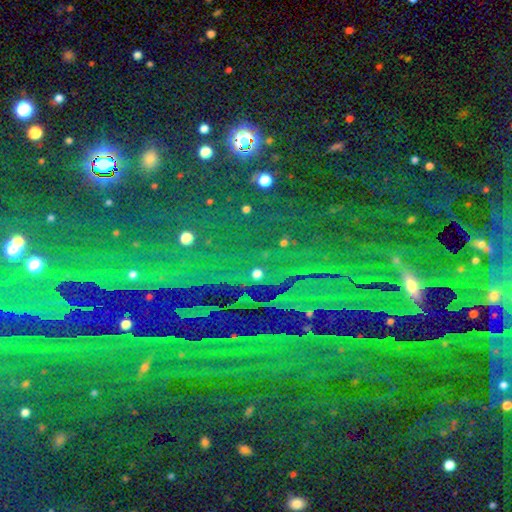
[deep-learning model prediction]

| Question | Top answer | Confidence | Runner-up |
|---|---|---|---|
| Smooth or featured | star or artifact | 86% | smooth (7%) |